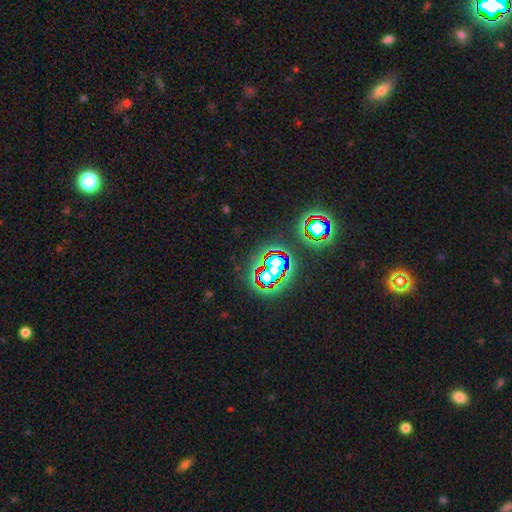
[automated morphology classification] Smooth or featured?
  - star or artifact: 75% *
  - featured or disk: 12%
  - smooth: 12%